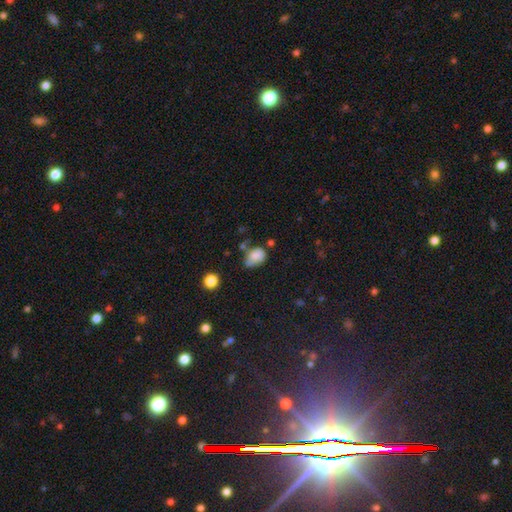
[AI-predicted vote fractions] smooth 76%, featured or disk 13%, star or artifact 11%. Down the decision tree: how rounded — in between (73%); merging — none (37%).